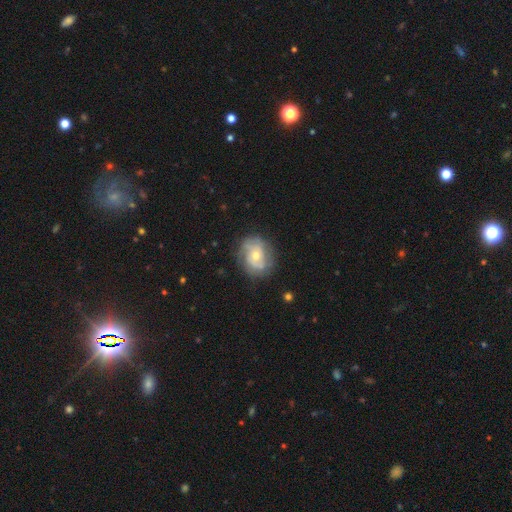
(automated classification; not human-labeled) This appears to be a featured or disk galaxy (65%) with no bar (72%), 2 (41%) tight (42%) spiral arms (80%) and a moderate central bulge (55%). Merging: none (72%).